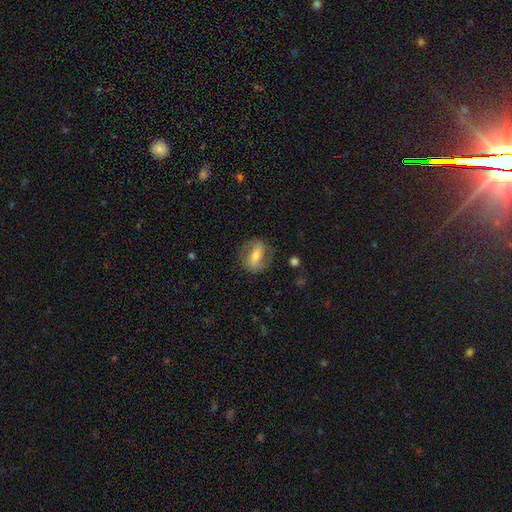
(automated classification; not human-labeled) smooth_or_featured: featured or disk (p=0.56) [alt: smooth p=0.36]
disk_edge_on: no (p=0.90) [alt: yes p=0.10]
bar: strong (p=0.48) [alt: weak p=0.30]
has_spiral_arms: yes (p=0.65) [alt: no p=0.35]
bulge_size: moderate (p=0.64) [alt: small p=0.26]
merging: none (p=0.77) [alt: minor disturbance p=0.15]